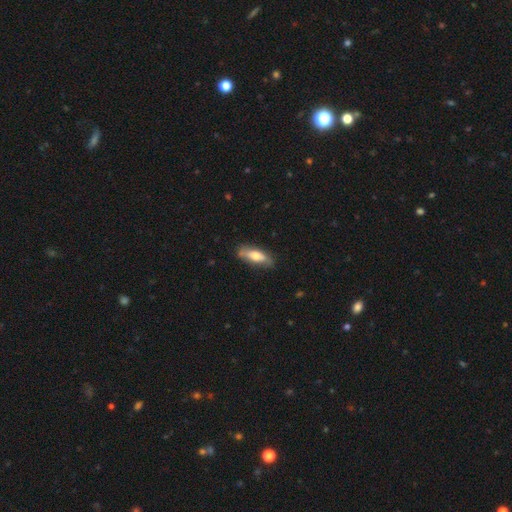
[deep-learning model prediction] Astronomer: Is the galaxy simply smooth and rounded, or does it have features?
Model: smooth — 59% (runner-up: featured or disk, 35%).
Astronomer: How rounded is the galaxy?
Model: in between — 56% (runner-up: cigar-shaped, 41%).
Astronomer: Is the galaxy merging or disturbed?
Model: none — 77%.